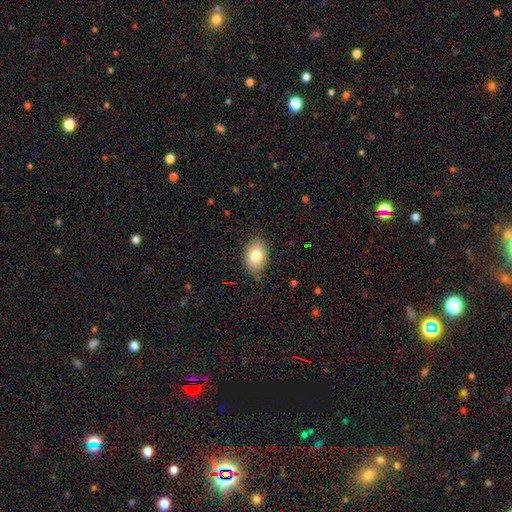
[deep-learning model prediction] The model was most divided on "merging": none: 77%, minor disturbance: 19%, major disturbance: 3%, merger: 1%. More confident: how rounded — in between (80%); smooth or featured — smooth (78%).